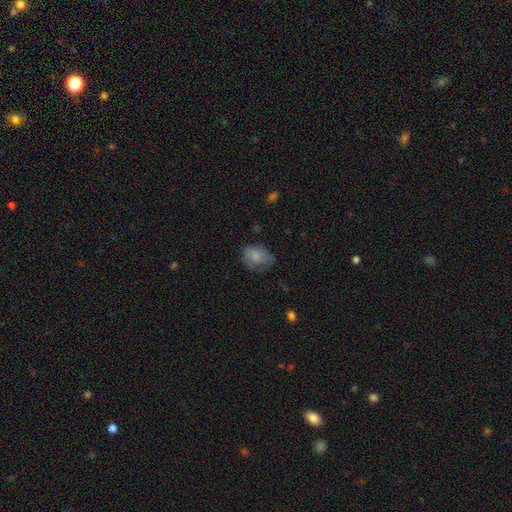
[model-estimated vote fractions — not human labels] Smooth or featured: smooth — 78% (featured or disk — 14%)
How rounded: in between — 64% (round — 35%)
Merging: none — 57% (minor disturbance — 30%)